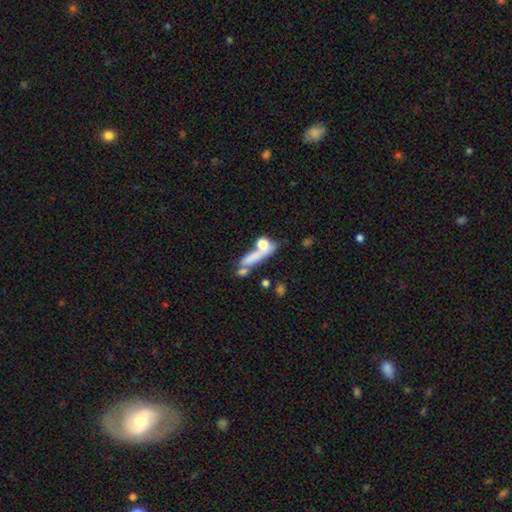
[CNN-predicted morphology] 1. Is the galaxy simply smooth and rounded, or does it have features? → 60% smooth, 27% featured or disk, 13% star or artifact.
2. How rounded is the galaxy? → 54% cigar-shaped, 31% in between, 15% round.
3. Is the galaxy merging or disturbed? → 37% none, 32% merger, 16% major disturbance, 15% minor disturbance.